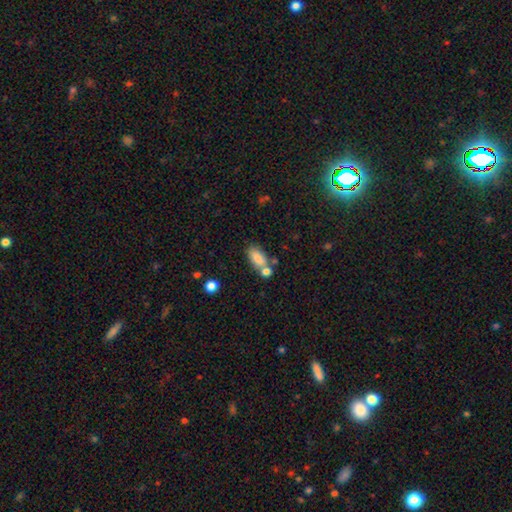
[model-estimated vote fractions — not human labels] smooth-or-featured: smooth: 81% | star or artifact: 10% | featured or disk: 9%
  how-rounded: in between: 86% | cigar-shaped: 9% | round: 5%
  merging: none: 50% | merger: 31% | minor disturbance: 14% | major disturbance: 5%